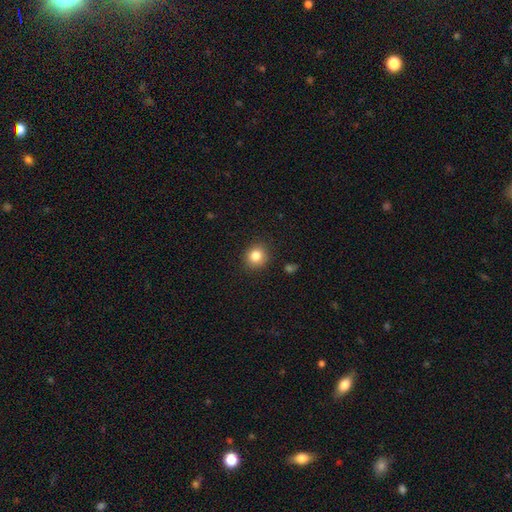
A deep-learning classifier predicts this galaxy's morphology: Smooth or featured? smooth (83%)
How rounded? round (85%)
Merging? none (89%)